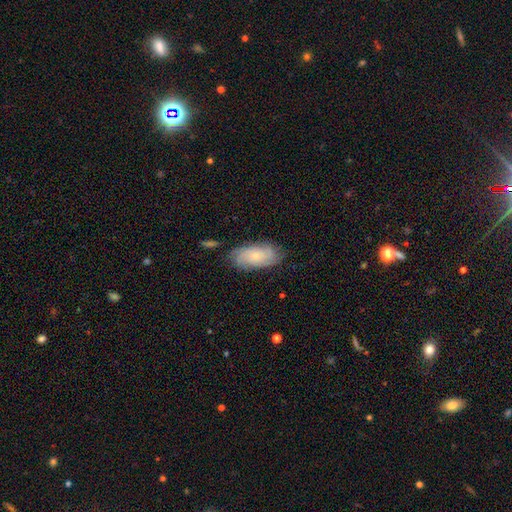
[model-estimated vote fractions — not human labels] Smooth or featured: featured or disk — 48% (smooth — 44%)
Merging: none — 74% (minor disturbance — 19%)